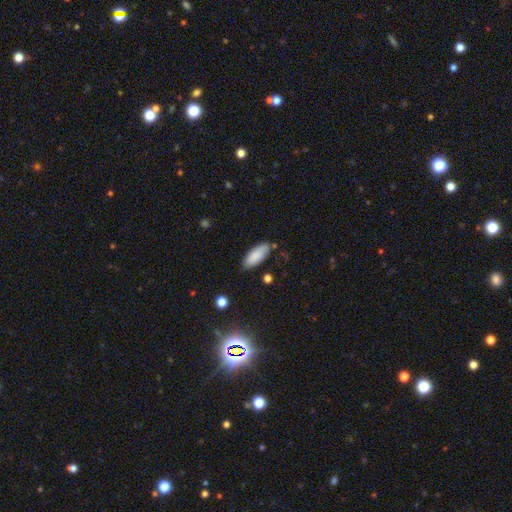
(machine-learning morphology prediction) Smooth or featured? Predicted: smooth (p=0.86). How rounded? Predicted: in between (p=0.78). Merging? Predicted: none (p=0.78).